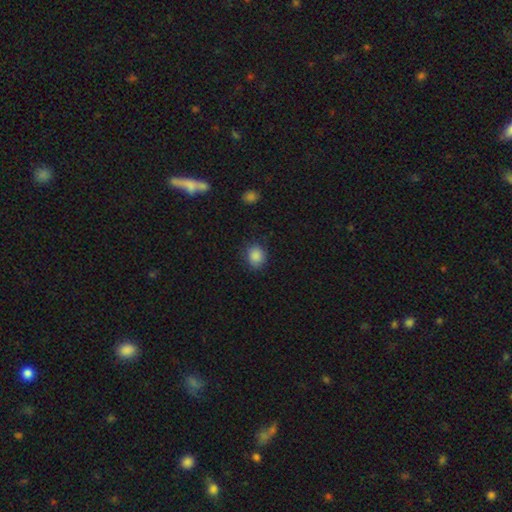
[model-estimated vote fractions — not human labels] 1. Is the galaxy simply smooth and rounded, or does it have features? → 87% smooth, 10% star or artifact, 4% featured or disk.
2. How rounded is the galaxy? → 65% round, 34% in between, 1% cigar-shaped.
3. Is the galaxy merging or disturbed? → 82% none, 14% minor disturbance, 4% major disturbance, 1% merger.